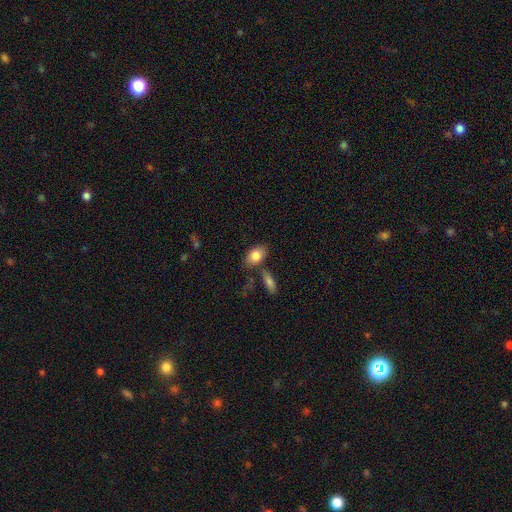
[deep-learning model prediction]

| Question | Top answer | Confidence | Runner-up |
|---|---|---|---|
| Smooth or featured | smooth | 82% | featured or disk (11%) |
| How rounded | in between | 87% | round (10%) |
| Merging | none | 68% | merger (14%) |